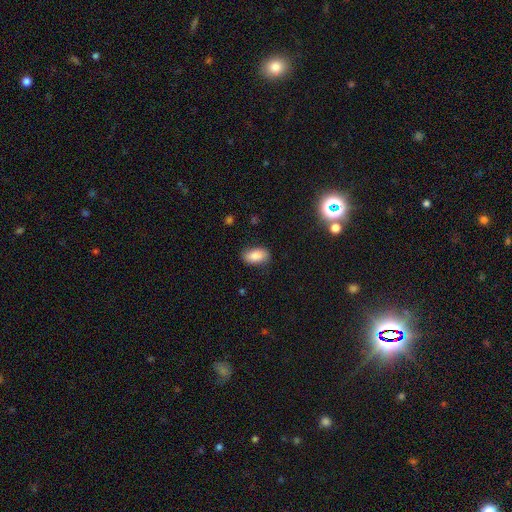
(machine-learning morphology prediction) smooth 86%, star or artifact 8%, featured or disk 6%. Down the decision tree: how rounded — in between (92%); merging — none (82%).